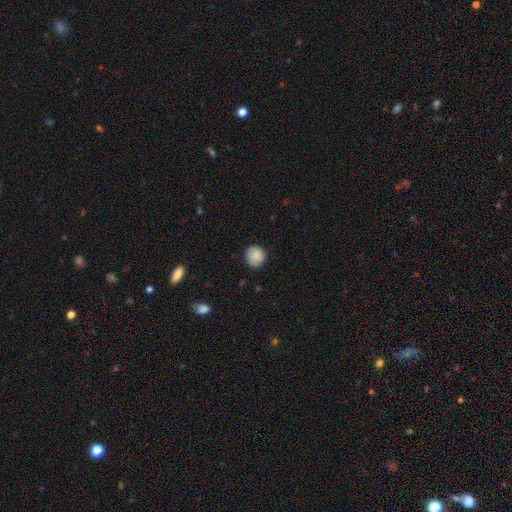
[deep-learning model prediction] Overall: smooth (84%). How rounded: round (82%). Merging: none (81%).